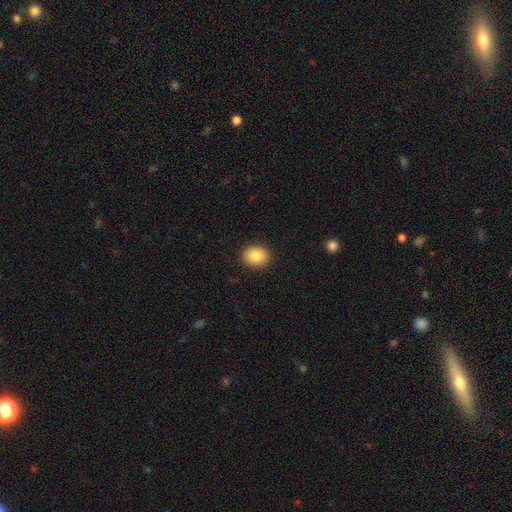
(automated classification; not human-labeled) Smooth or featured?
  - smooth: 88% *
  - star or artifact: 8%
  - featured or disk: 5%
How rounded?
  - in between: 50% *
  - round: 49%
  - cigar-shaped: 1%
Merging?
  - none: 90% *
  - minor disturbance: 7%
  - major disturbance: 2%
  - merger: 1%